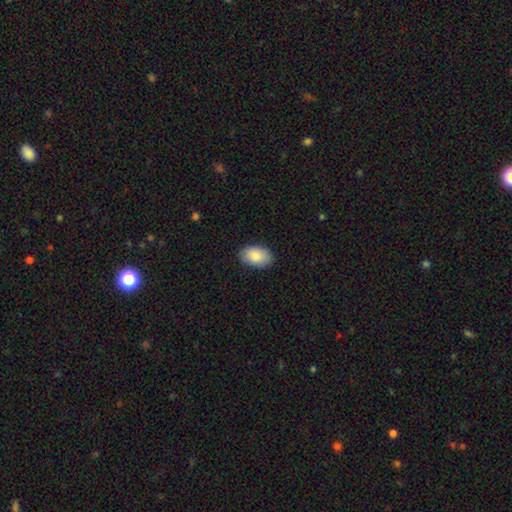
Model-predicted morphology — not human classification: Smooth or featured: smooth — 87% (featured or disk — 7%)
How rounded: in between — 89% (round — 10%)
Merging: none — 87% (minor disturbance — 10%)